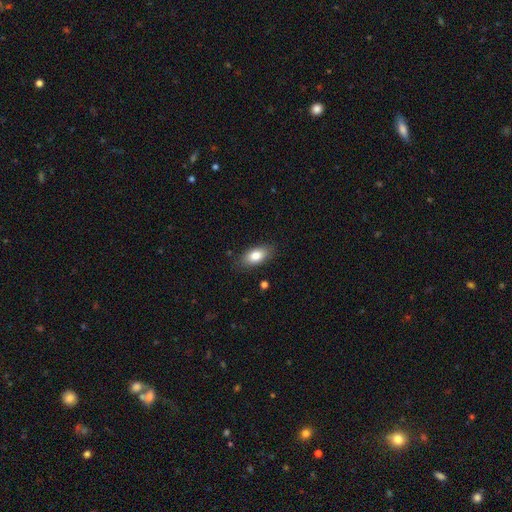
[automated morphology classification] smooth-or-featured: smooth: 82% | featured or disk: 11% | star or artifact: 7%
  how-rounded: in between: 89% | cigar-shaped: 7% | round: 4%
  merging: none: 84% | minor disturbance: 12% | major disturbance: 3% | merger: 1%